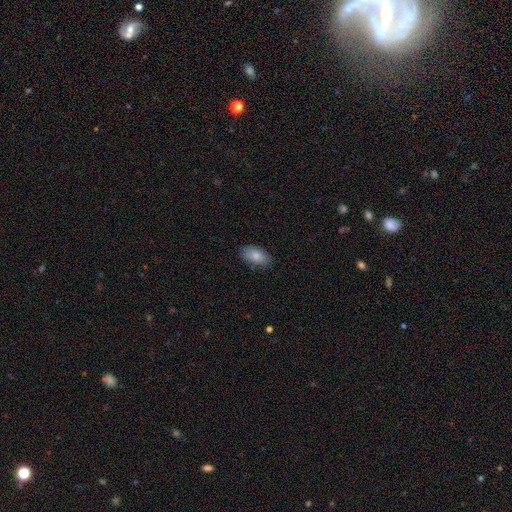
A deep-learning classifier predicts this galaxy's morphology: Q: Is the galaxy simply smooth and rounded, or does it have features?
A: smooth — 83%.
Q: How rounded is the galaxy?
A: in between — 93%.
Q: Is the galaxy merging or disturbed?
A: none — 83%.